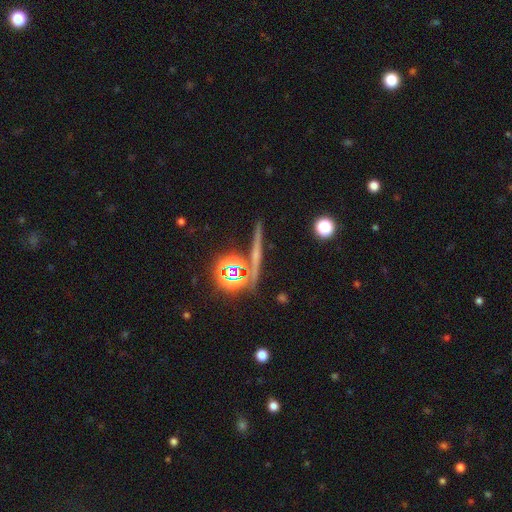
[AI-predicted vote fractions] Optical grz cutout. It shows a featured or disk galaxy (39%). Merging: none (82%).